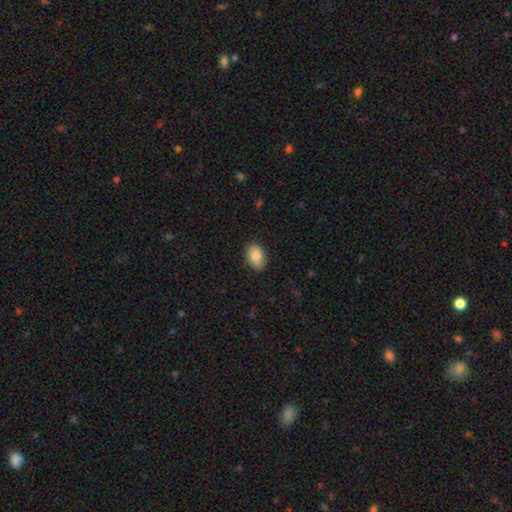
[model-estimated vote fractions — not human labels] Smooth or featured? Predicted: smooth (p=0.84). How rounded? Predicted: in between (p=0.86). Merging? Predicted: none (p=0.84).